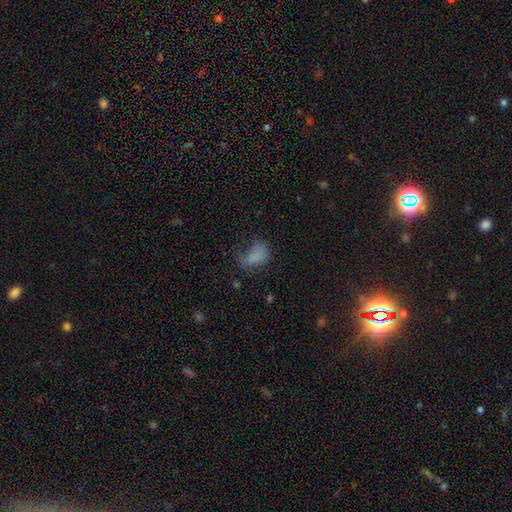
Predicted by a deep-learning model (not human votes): smooth-or-featured: smooth: 69% | featured or disk: 16% | star or artifact: 15%
  how-rounded: in between: 83% | round: 15% | cigar-shaped: 2%
  merging: major disturbance: 42% | none: 29% | minor disturbance: 25% | merger: 4%